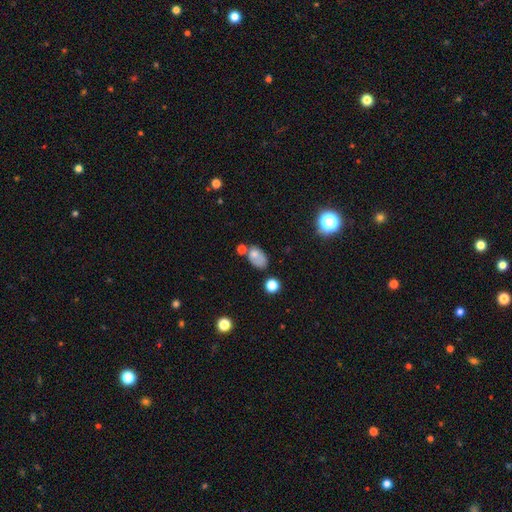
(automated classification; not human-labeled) Smooth or featured?
  - smooth: 71% *
  - featured or disk: 16%
  - star or artifact: 13%
How rounded?
  - in between: 84% *
  - round: 15%
  - cigar-shaped: 2%
Merging?
  - none: 46% *
  - minor disturbance: 23%
  - merger: 19%
  - major disturbance: 12%